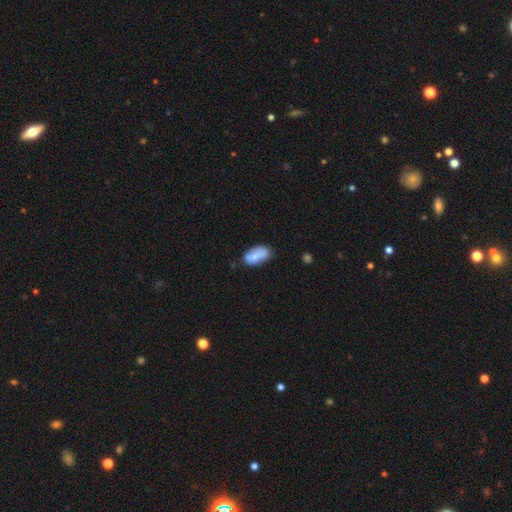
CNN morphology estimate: This is likely a smooth galaxy (74%). How rounded: clearly in between (92%). Merging: possibly none (58%).